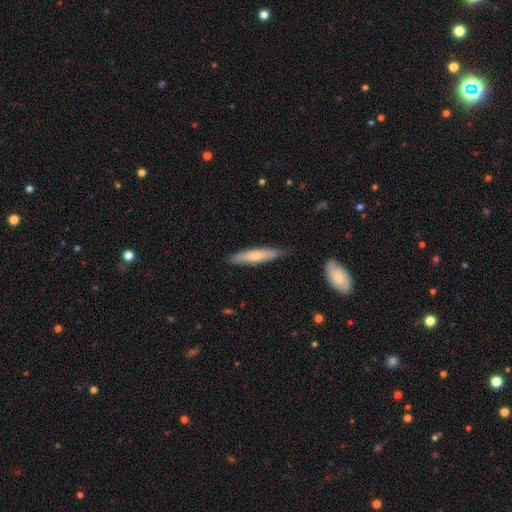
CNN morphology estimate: A smooth galaxy with no disk features (64%) that is cigar-shaped (83%).

Vote fractions:
- Smooth or featured? smooth: 64% / featured or disk: 31% / star or artifact: 5%
- How rounded? cigar-shaped: 83% / in between: 15% / round: 1%
- Merging? none: 82% / minor disturbance: 14% / major disturbance: 2% / merger: 1%